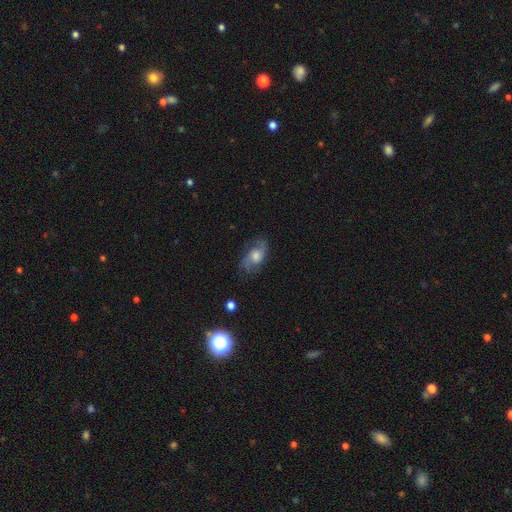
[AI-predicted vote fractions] Smooth or featured? Predicted: featured or disk (p=0.70). Edge-on disk? Predicted: no (p=0.95). Bar? Predicted: no (p=0.66). Spiral arms? Predicted: yes (p=0.91). Spiral winding? Predicted: medium (p=0.47). Spiral arm count? Predicted: 2 (p=0.80). Bulge size? Predicted: moderate (p=0.50). Merging? Predicted: none (p=0.72).